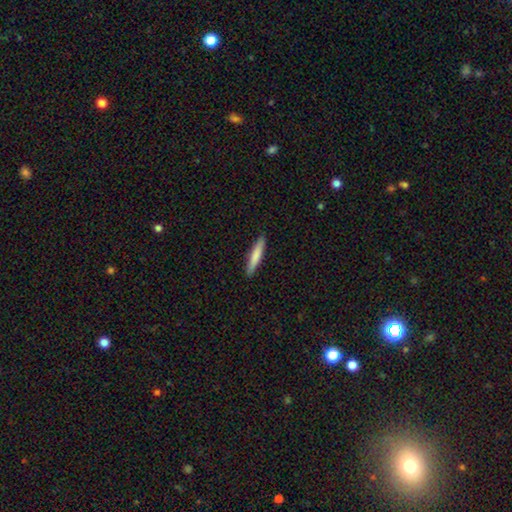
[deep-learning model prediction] This is likely a smooth galaxy (77%). How rounded: clearly cigar-shaped (92%). Merging: clearly none (91%).